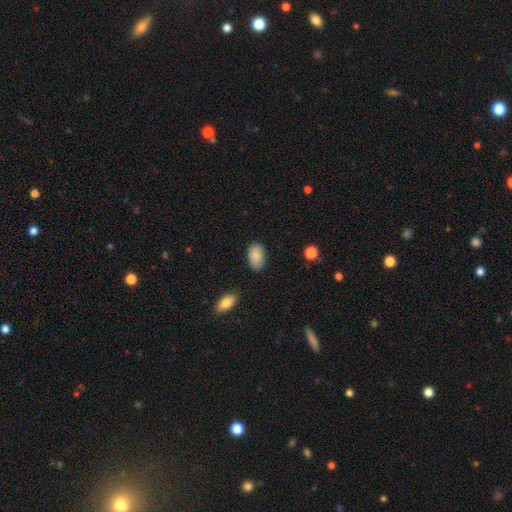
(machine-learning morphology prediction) This appears to be a smooth galaxy with no disk features (87%) that is in between round and cigar-shaped (93%). Merging: none (82%).